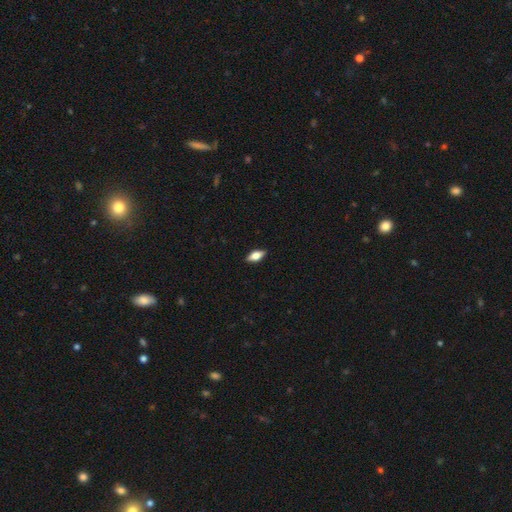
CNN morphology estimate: Smooth or featured? smooth (65%)
How rounded? in between (81%)
Merging? none (88%)